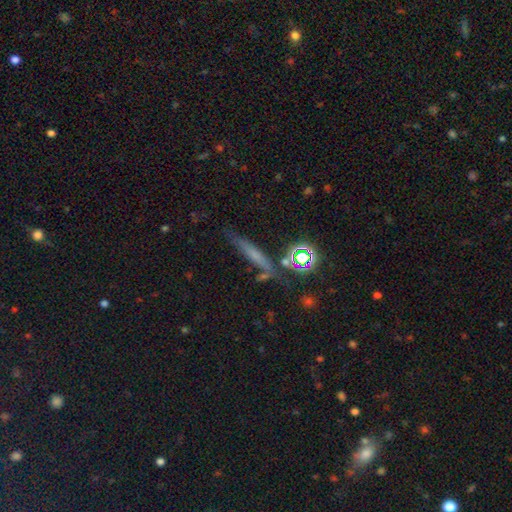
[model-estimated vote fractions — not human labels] Morphology: type=smooth (45%); merging=none (74%).